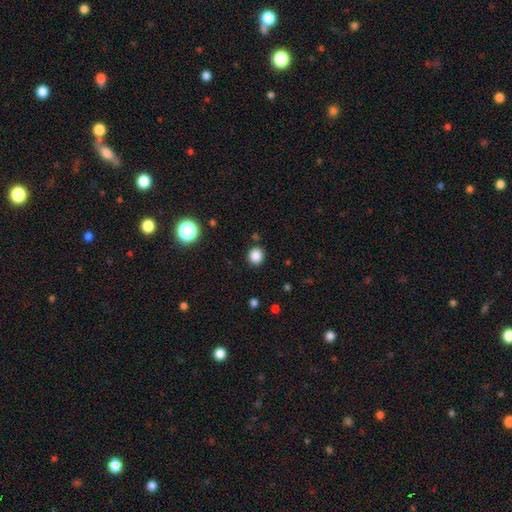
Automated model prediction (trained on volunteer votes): Morphology: type=smooth (85%); roundness=round (84%); merging=none (88%).